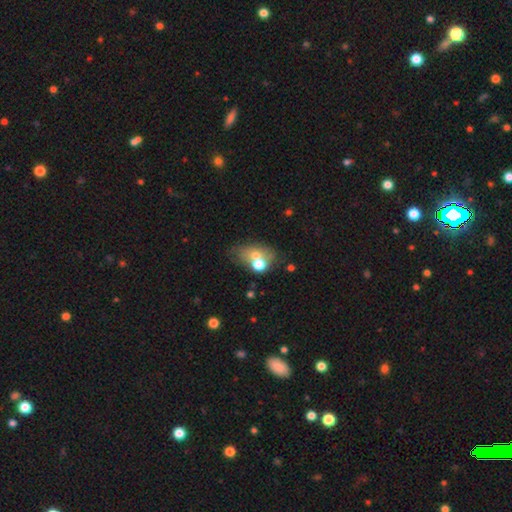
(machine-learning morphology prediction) Smooth or featured? smooth (58%)
How rounded? in between (67%)
Merging? merger (38%)